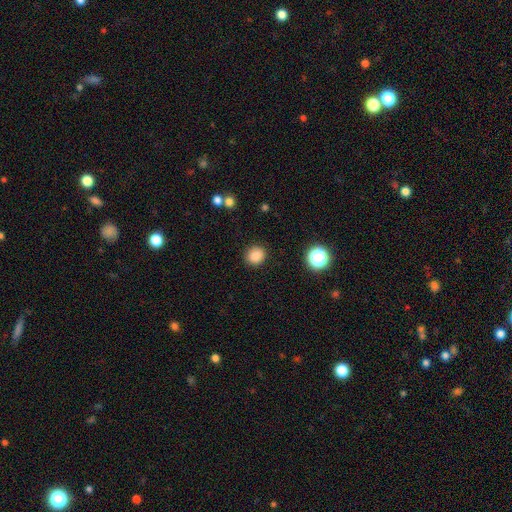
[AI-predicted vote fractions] Smooth or featured? Predicted: smooth (p=0.84). How rounded? Predicted: round (p=0.84). Merging? Predicted: none (p=0.89).